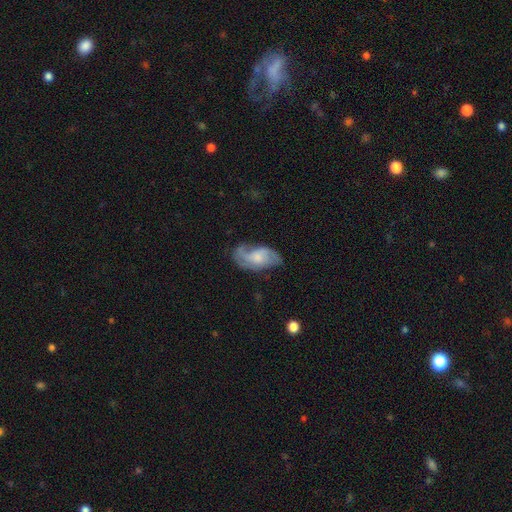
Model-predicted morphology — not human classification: This is likely a featured or disk galaxy (66%). It is clearly not viewed edge-on (94%). Bar: likely no (64%). Spiral arm pattern: clearly yes (89%). Spiral arm count: possibly 2 (54%). Spiral winding: possibly medium (45%). Central bulge: marginally moderate (42%). Merging: likely none (66%).